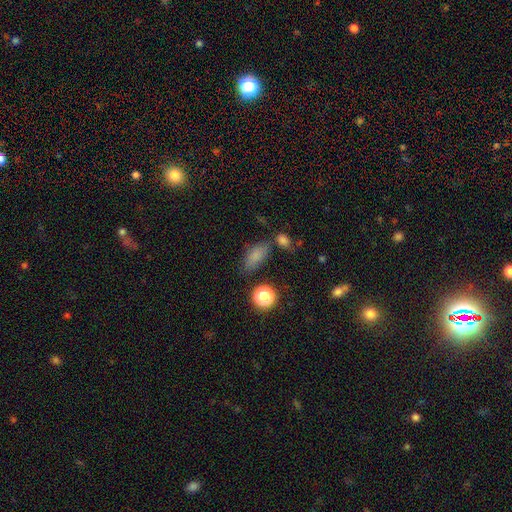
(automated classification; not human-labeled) A smooth galaxy with no disk features (78%) that is in between round and cigar-shaped (80%). Merging: none (64%).